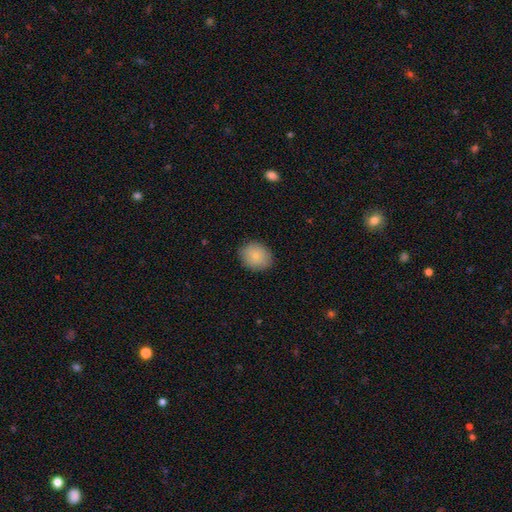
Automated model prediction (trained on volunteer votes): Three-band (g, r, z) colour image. It shows a smooth galaxy with no disk features (82%) that is round (57%). Merging: none (85%).